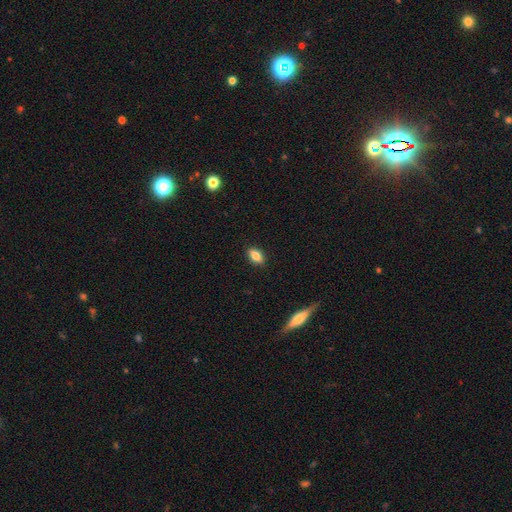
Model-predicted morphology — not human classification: smooth 83%, featured or disk 9%, star or artifact 8%. Down the decision tree: how rounded — in between (88%); merging — none (89%).